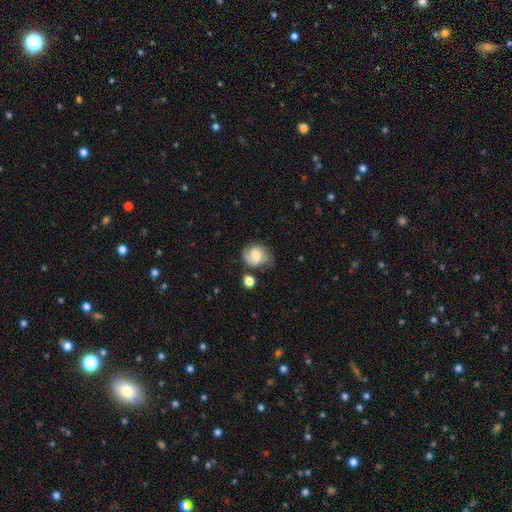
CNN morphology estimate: smooth_or_featured: featured or disk (p=0.46) [alt: smooth p=0.45]
merging: none (p=0.54) [alt: minor disturbance p=0.27]